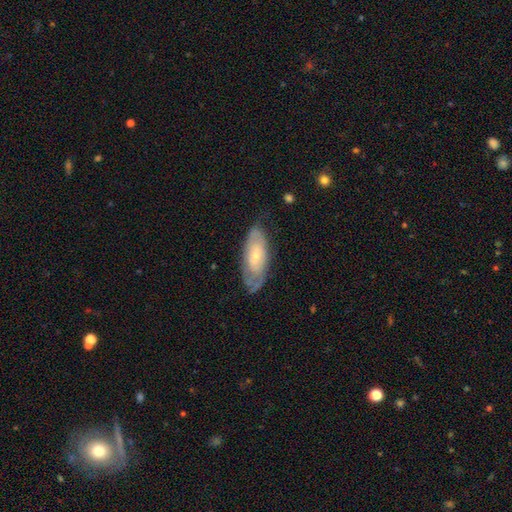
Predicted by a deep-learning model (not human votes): The model was most divided on "smooth or featured": featured or disk: 55%, smooth: 39%, star or artifact: 6%. More confident: edge-on disk — no (86%); merging — none (64%).